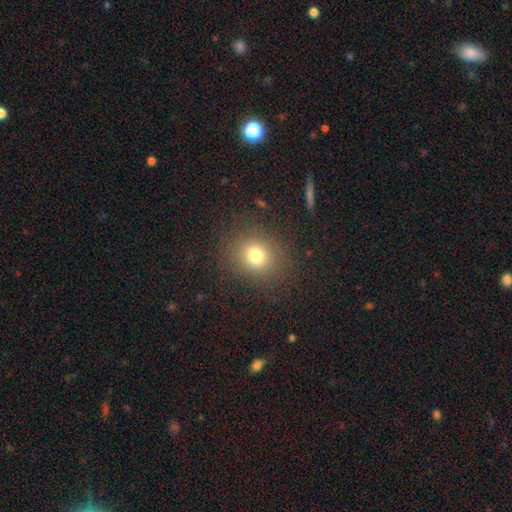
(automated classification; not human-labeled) This appears to be a smooth galaxy with no disk features (76%) that is round (76%). Merging: none (85%).